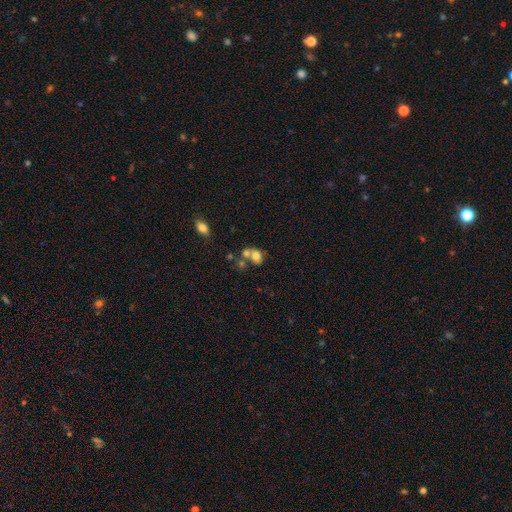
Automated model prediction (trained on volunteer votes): A smooth galaxy with no disk features (70%) that is in between round and cigar-shaped (50%). Merging: merger (48%).